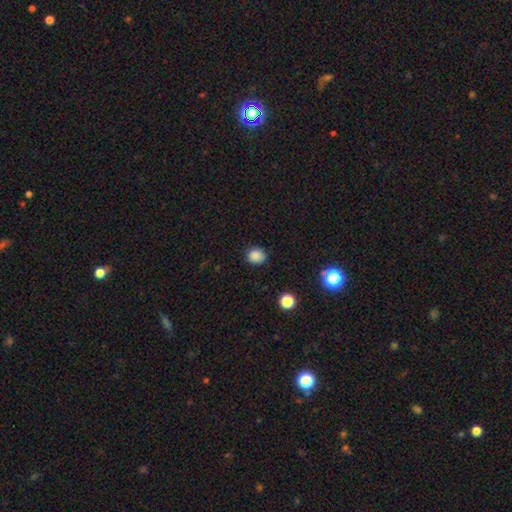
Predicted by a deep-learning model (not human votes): Smooth or featured?
  - smooth: 85% *
  - star or artifact: 12%
  - featured or disk: 3%
How rounded?
  - round: 75% *
  - in between: 24%
  - cigar-shaped: 1%
Merging?
  - none: 86% *
  - minor disturbance: 10%
  - major disturbance: 3%
  - merger: 1%